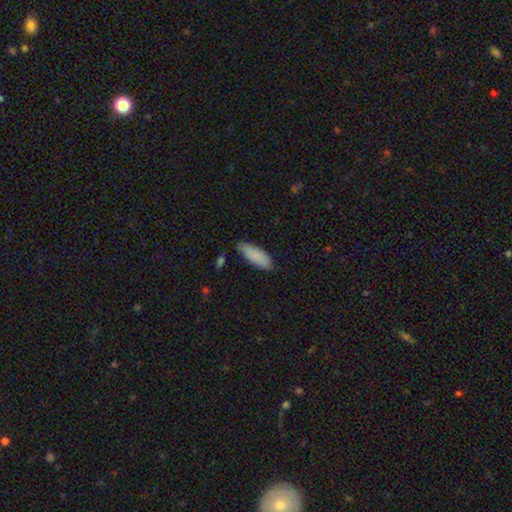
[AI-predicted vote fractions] Smooth or featured: smooth — 87% (featured or disk — 7%)
How rounded: in between — 66% (cigar-shaped — 32%)
Merging: none — 77% (minor disturbance — 18%)